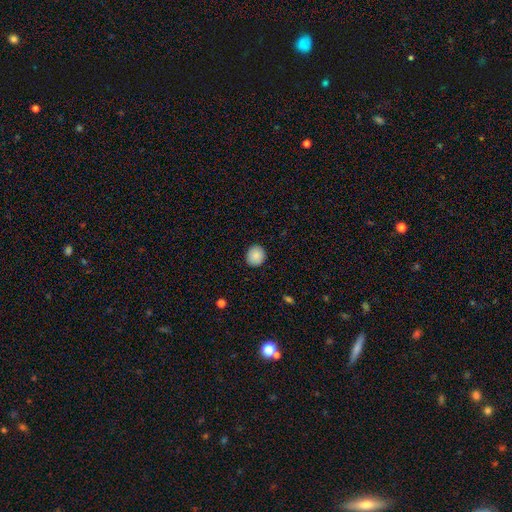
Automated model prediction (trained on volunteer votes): Smooth or featured? Predicted: smooth (p=0.88). How rounded? Predicted: round (p=0.84). Merging? Predicted: none (p=0.90).